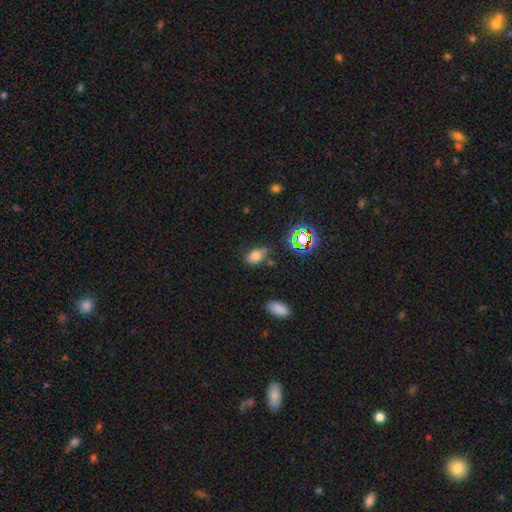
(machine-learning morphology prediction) The model was most divided on "merging": none: 68%, minor disturbance: 22%, major disturbance: 6%, merger: 5%. More confident: how rounded — in between (87%); smooth or featured — smooth (72%).